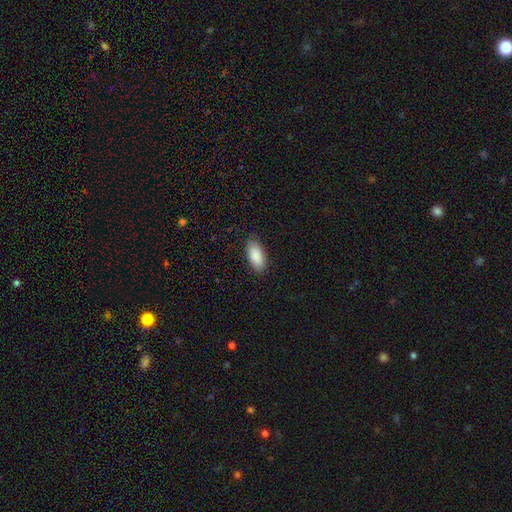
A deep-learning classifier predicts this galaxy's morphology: The model was most divided on "merging": none: 85%, minor disturbance: 11%, major disturbance: 2%, merger: 1%. More confident: how rounded — in between (91%); smooth or featured — smooth (90%).